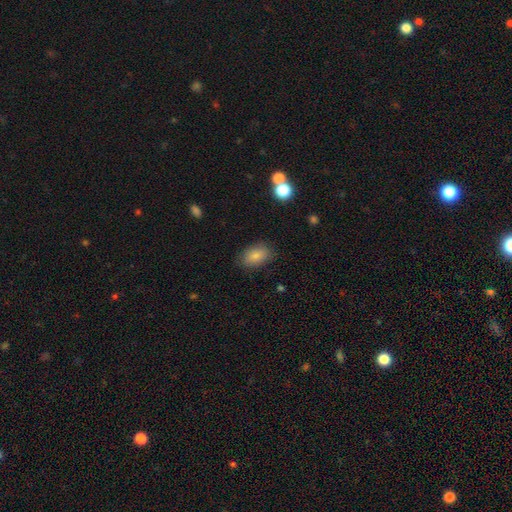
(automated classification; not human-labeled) Overall: smooth (84%). How rounded: in between (87%). Merging: none (82%).